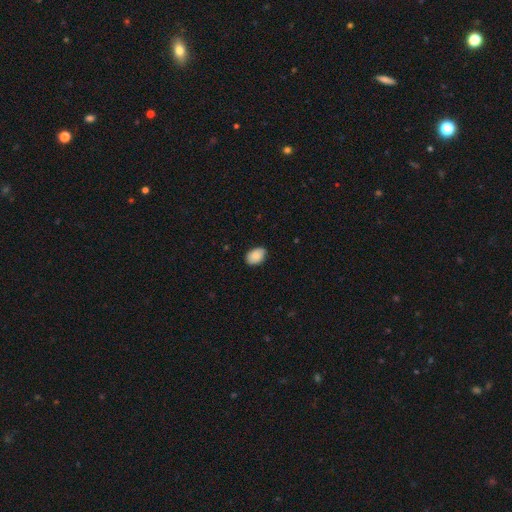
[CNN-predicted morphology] Overall: smooth (87%). How rounded: in between (86%). Merging: none (83%).